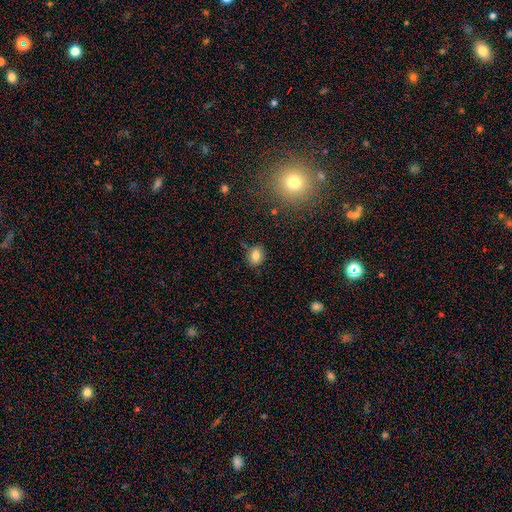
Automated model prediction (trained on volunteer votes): The model was most divided on "how rounded": round: 54%, in between: 45%, cigar-shaped: 1%. More confident: merging — none (84%); smooth or featured — smooth (81%).